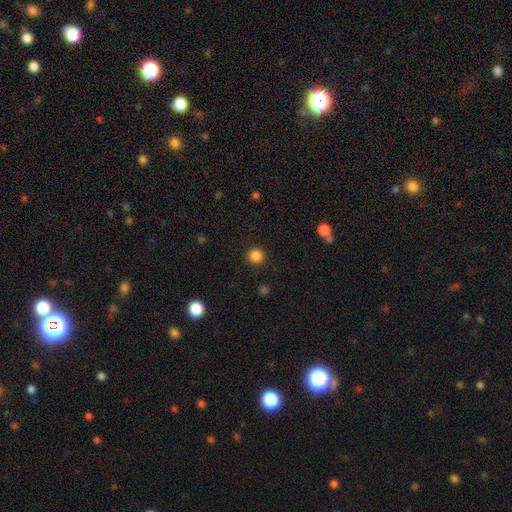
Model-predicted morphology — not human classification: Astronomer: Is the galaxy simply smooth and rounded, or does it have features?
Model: smooth — 85%.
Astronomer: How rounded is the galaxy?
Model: round — 94%.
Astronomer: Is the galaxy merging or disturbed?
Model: none — 92%.